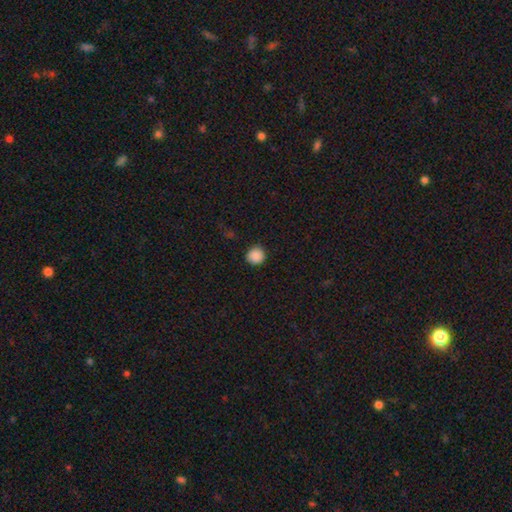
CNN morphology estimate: Smooth or featured: smooth — 88% (star or artifact — 9%)
How rounded: round — 92% (in between — 7%)
Merging: none — 88% (minor disturbance — 9%)